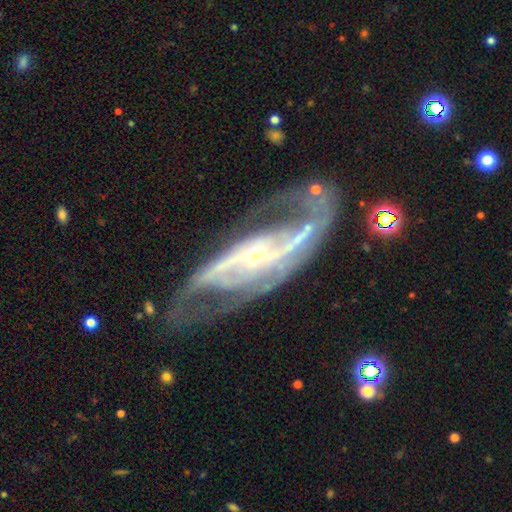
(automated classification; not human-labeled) Smooth or featured? featured or disk (88%)
Edge-on disk? no (89%)
Bar? no (38%)
Spiral arms? yes (91%)
Spiral winding? medium (44%)
Spiral arm count? 2 (73%)
Bulge size? small (73%)
Merging? none (58%)